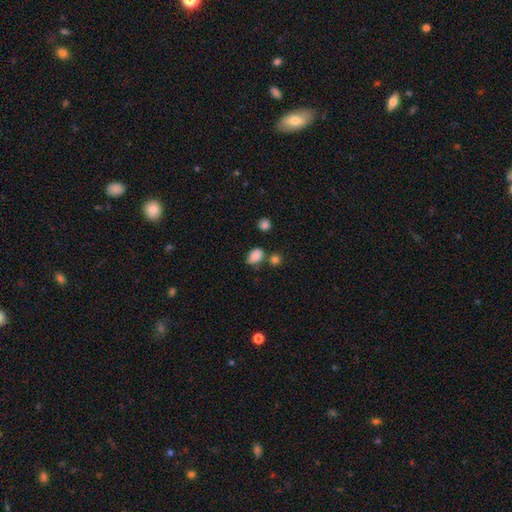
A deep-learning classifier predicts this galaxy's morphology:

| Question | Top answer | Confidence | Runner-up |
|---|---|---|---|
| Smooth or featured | smooth | 83% | star or artifact (11%) |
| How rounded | in between | 76% | round (23%) |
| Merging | none | 58% | minor disturbance (23%) |